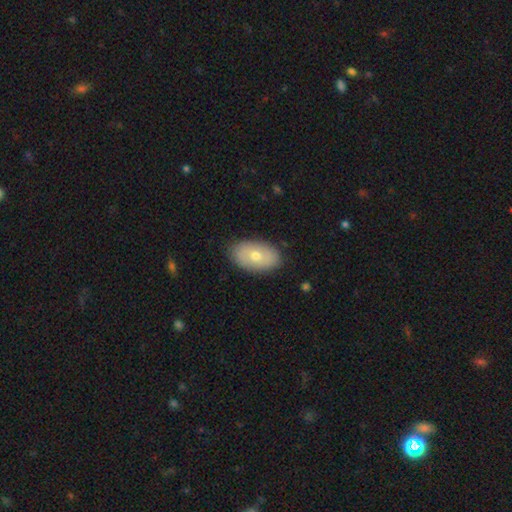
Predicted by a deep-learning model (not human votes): Overall: smooth (63%; featured or disk 30%). How rounded: in between (92%). Merging: none (85%).